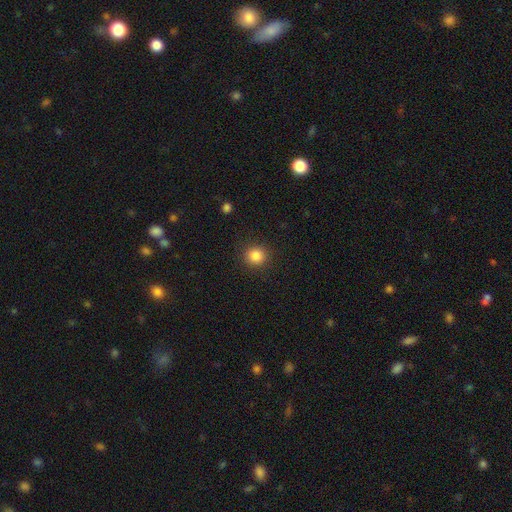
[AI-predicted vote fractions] Smooth or featured? smooth (85%)
How rounded? round (88%)
Merging? none (90%)